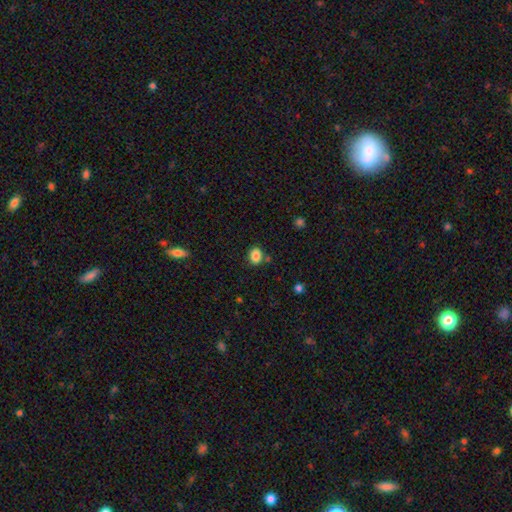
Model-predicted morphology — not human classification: A smooth galaxy with no disk features (85%) that is in between round and cigar-shaped (58%). Merging: none (80%).